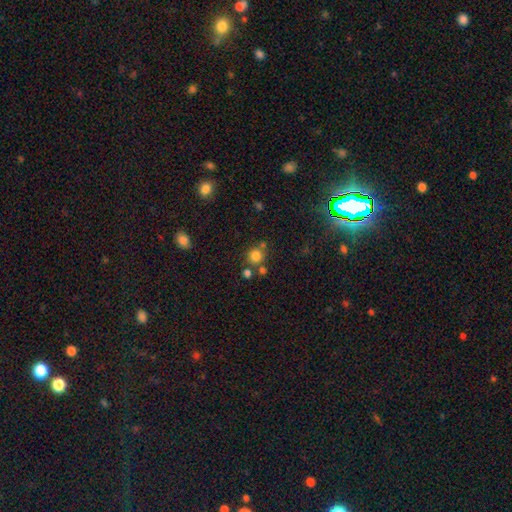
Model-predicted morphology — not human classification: Overall: smooth (79%). How rounded: round (90%). Merging: none (69%).